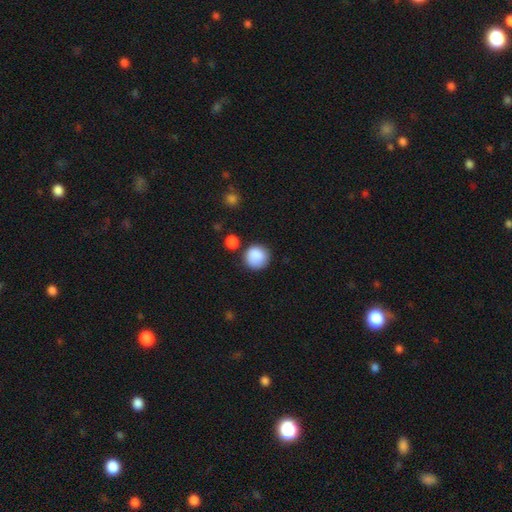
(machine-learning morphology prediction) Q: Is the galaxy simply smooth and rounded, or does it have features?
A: smooth — 88%.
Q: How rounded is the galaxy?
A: round — 93%.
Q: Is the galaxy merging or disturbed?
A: none — 81%.